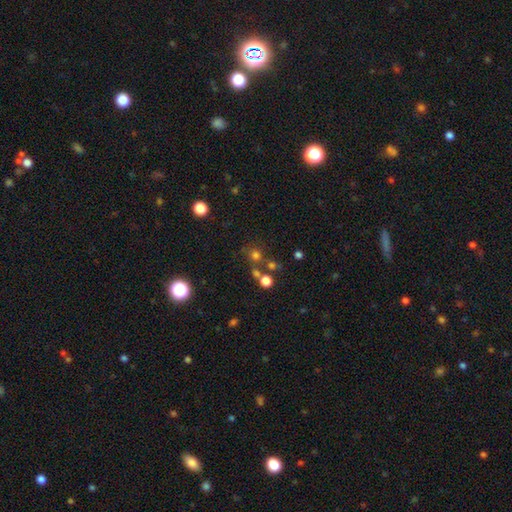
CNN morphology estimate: smooth 57%, star or artifact 33%, featured or disk 10%. Down the decision tree: how rounded — round (91%); merging — none (68%).